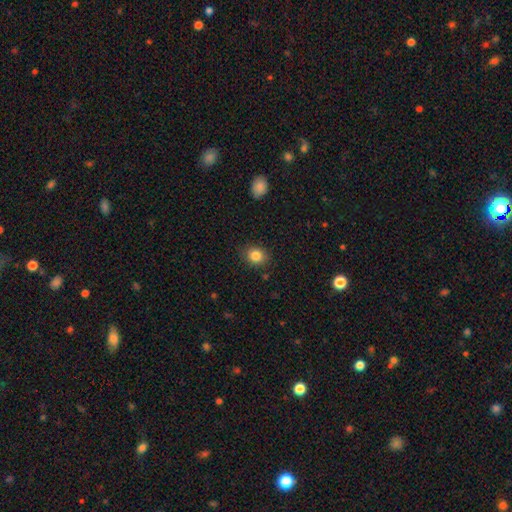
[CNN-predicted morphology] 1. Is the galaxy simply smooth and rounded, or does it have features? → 85% smooth, 10% star or artifact, 5% featured or disk.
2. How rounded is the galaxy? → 66% round, 33% in between, 1% cigar-shaped.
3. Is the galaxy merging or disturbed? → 84% none, 11% minor disturbance, 3% major disturbance, 1% merger.